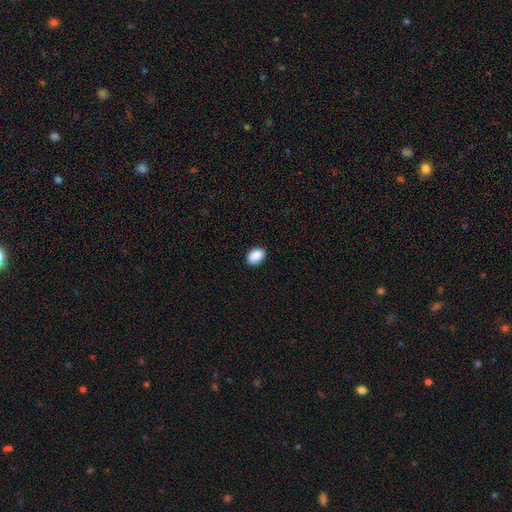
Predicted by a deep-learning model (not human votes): A smooth galaxy with no disk features (91%) that is in between round and cigar-shaped (78%).

Vote fractions:
- Smooth or featured? smooth: 91% / star or artifact: 7% / featured or disk: 2%
- How rounded? in between: 78% / round: 21% / cigar-shaped: 1%
- Merging? none: 90% / minor disturbance: 8% / major disturbance: 2% / merger: 1%